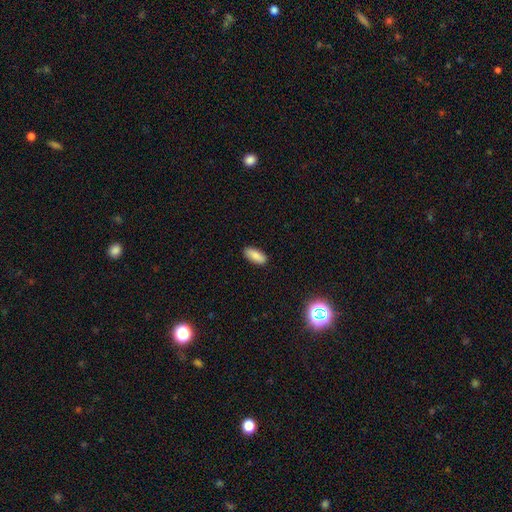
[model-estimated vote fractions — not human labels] smooth 86%, star or artifact 8%, featured or disk 6%. Down the decision tree: how rounded — in between (81%); merging — none (89%).